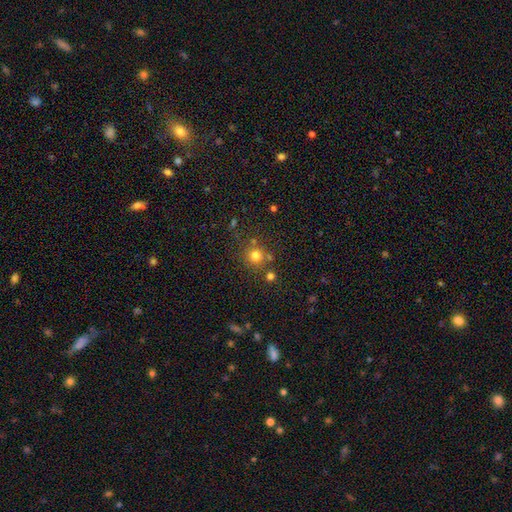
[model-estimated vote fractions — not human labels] Q: Smooth or featured?
A: smooth (76%); runner-up: star or artifact (17%)
Q: How rounded?
A: round (92%); runner-up: in between (7%)
Q: Merging?
A: none (74%); runner-up: merger (12%)